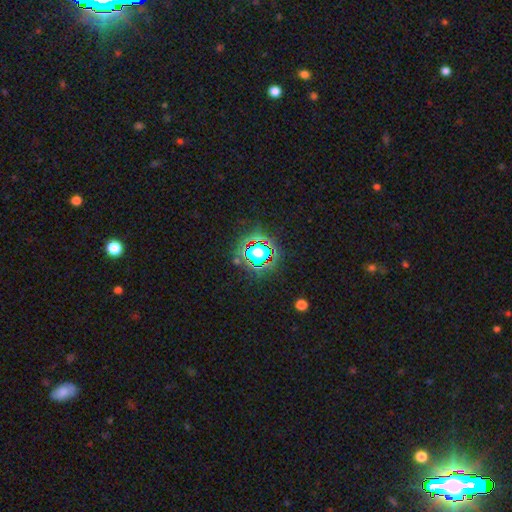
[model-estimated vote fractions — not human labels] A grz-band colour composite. It shows a star or artifact, not a galaxy (63%).